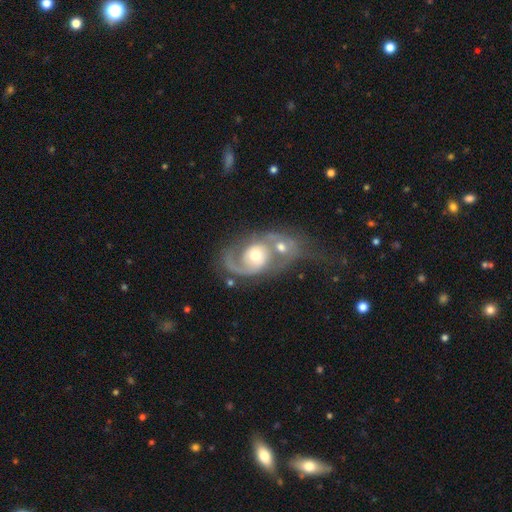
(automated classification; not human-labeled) Smooth or featured? Predicted: featured or disk (p=0.82). Edge-on disk? Predicted: no (p=0.97). Bar? Predicted: no (p=0.66). Spiral arms? Predicted: yes (p=0.91). Spiral winding? Predicted: medium (p=0.43). Spiral arm count? Predicted: 2 (p=0.66). Bulge size? Predicted: moderate (p=0.67). Merging? Predicted: merger (p=0.48).